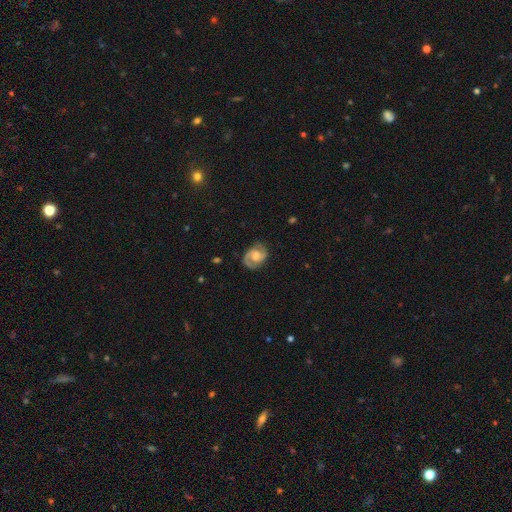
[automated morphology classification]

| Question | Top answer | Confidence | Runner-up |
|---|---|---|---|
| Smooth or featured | featured or disk | 81% | smooth (13%) |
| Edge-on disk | no | 98% | yes (2%) |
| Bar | no | 50% | weak (42%) |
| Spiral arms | yes | 96% | no (4%) |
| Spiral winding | medium | 52% | tight (33%) |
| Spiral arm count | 2 | 88% | 1 (4%) |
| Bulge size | moderate | 52% | small (21%) |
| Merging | none | 79% | minor disturbance (15%) |